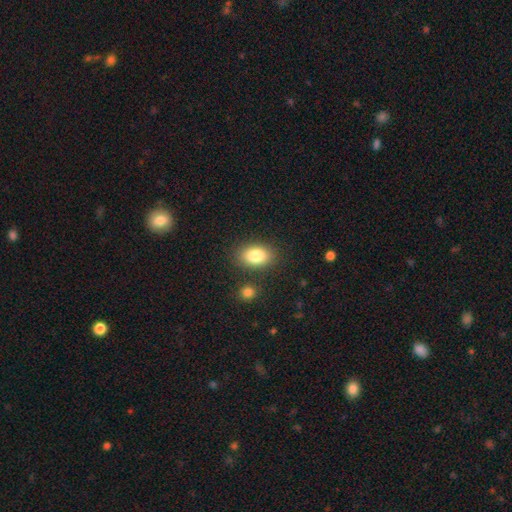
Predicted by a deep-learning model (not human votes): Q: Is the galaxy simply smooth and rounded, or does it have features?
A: smooth — 85%.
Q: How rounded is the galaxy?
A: in between — 84%.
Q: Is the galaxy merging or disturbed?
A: none — 83%.